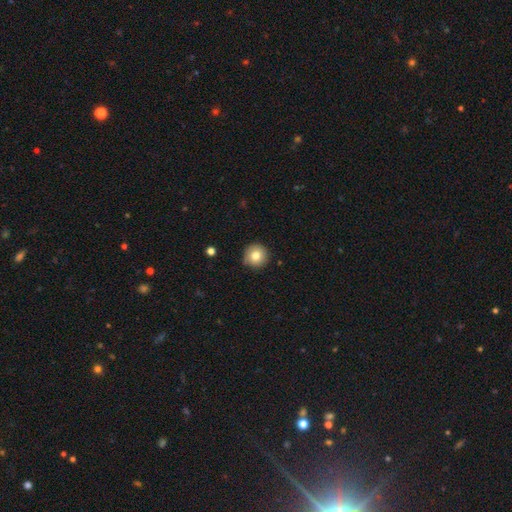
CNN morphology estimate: type=smooth (80%); roundness=round (95%); merging=none (86%).